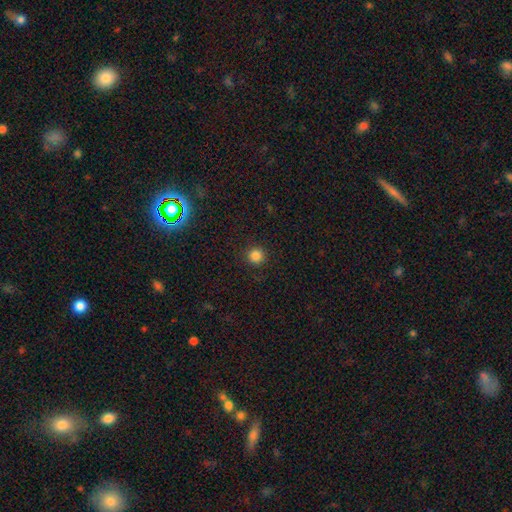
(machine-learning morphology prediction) The model was most divided on "smooth or featured": smooth: 84%, star or artifact: 12%, featured or disk: 4%. More confident: how rounded — round (95%); merging — none (91%).